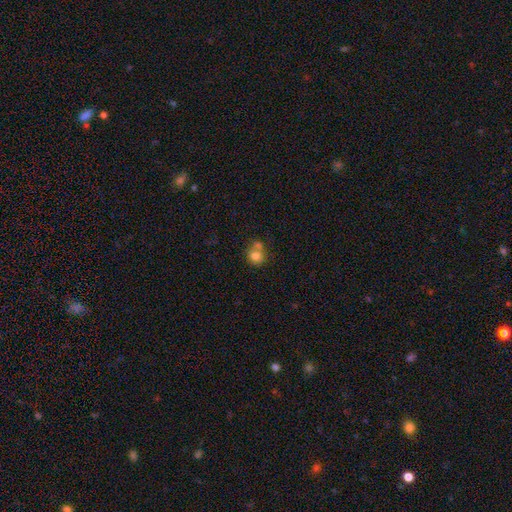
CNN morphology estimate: Overall: smooth (77%). How rounded: round (78%). Merging: none (43%; merger 40%).